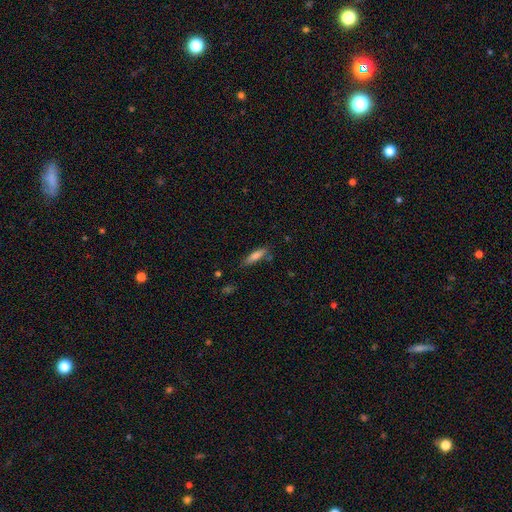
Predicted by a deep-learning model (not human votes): Q: Smooth or featured?
A: smooth (78%); runner-up: featured or disk (14%)
Q: How rounded?
A: cigar-shaped (67%); runner-up: in between (31%)
Q: Merging?
A: none (75%); runner-up: minor disturbance (17%)